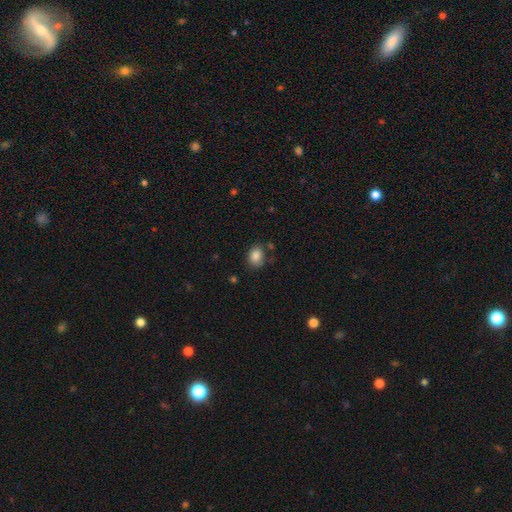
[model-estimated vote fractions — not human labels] Smooth or featured? smooth (86%)
How rounded? in between (58%)
Merging? none (75%)